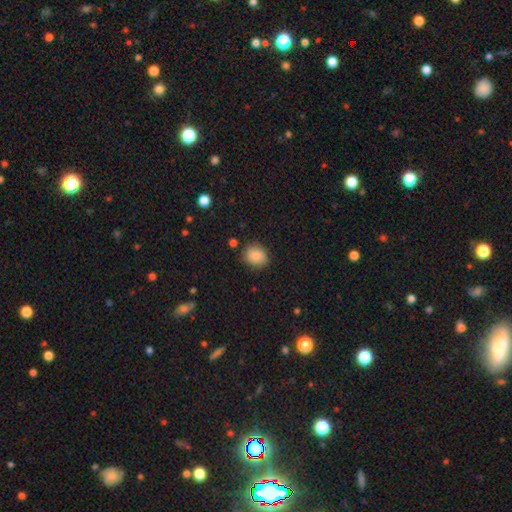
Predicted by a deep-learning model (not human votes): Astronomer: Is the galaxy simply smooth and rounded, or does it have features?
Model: smooth — 83%.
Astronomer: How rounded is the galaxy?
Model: round — 66%.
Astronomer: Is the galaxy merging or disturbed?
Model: none — 80%.